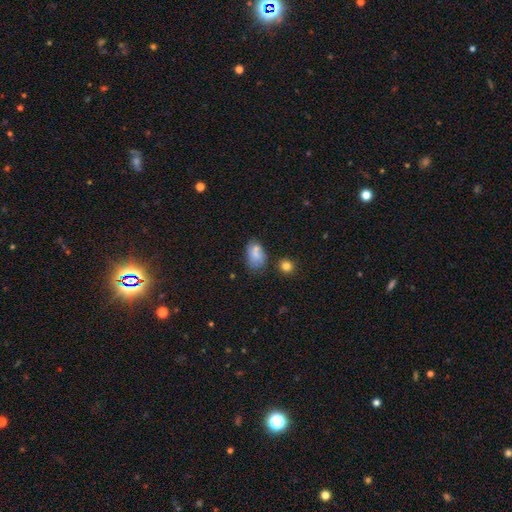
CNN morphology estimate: The model was most divided on "merging": none: 52%, minor disturbance: 26%, merger: 12%, major disturbance: 10%. More confident: how rounded — in between (85%); smooth or featured — smooth (72%).